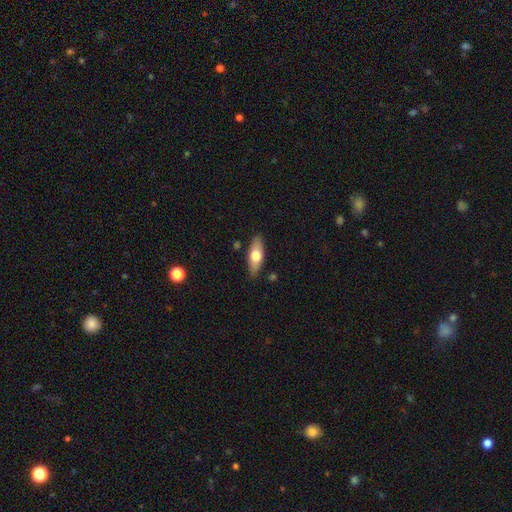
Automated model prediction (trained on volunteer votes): A smooth galaxy with no disk features (63%) that is in between round and cigar-shaped (71%). Merging: none (85%).